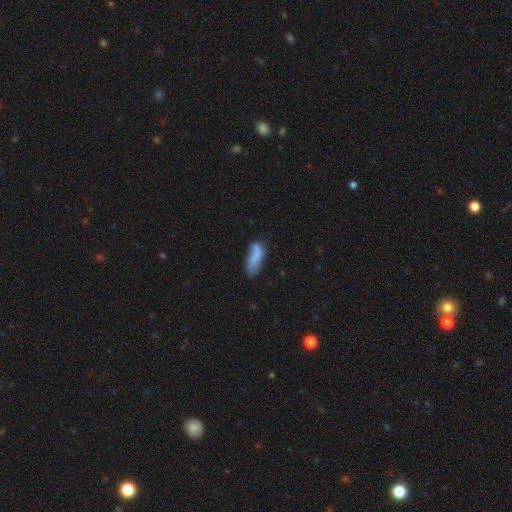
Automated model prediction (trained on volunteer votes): Smooth or featured? smooth (72%)
How rounded? in between (73%)
Merging? none (45%)